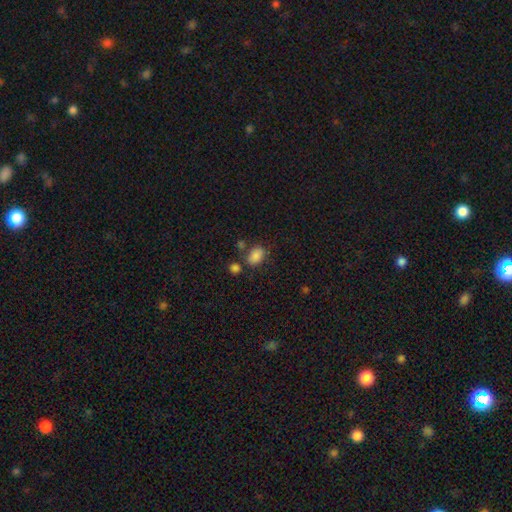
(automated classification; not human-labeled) This is clearly a smooth galaxy (84%). How rounded: clearly in between (81%). Merging: likely none (64%).